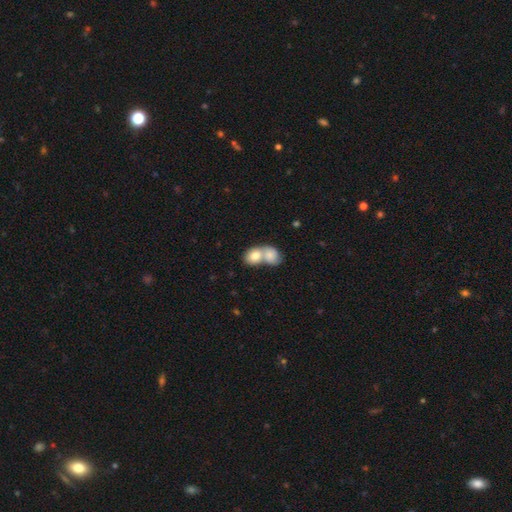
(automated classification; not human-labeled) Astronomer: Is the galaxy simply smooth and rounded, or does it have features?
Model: smooth — 79%.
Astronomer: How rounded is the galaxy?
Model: in between — 55% (runner-up: round, 43%).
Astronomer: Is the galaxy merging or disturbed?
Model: merger — 76%.